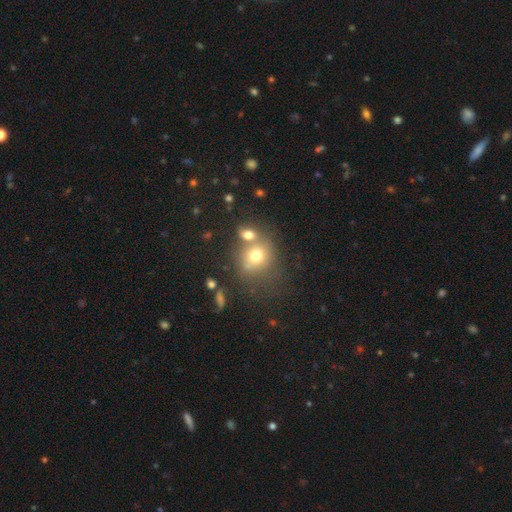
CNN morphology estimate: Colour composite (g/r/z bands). It shows a smooth galaxy with no disk features (71%) that is round (72%). Merging: none (46%).